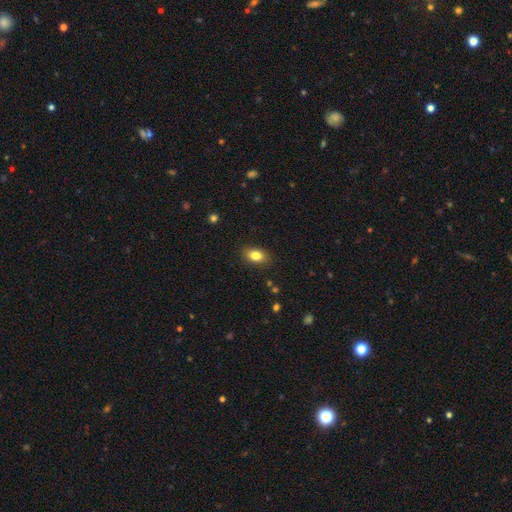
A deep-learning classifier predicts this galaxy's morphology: Smooth or featured? smooth (82%)
How rounded? in between (84%)
Merging? none (87%)